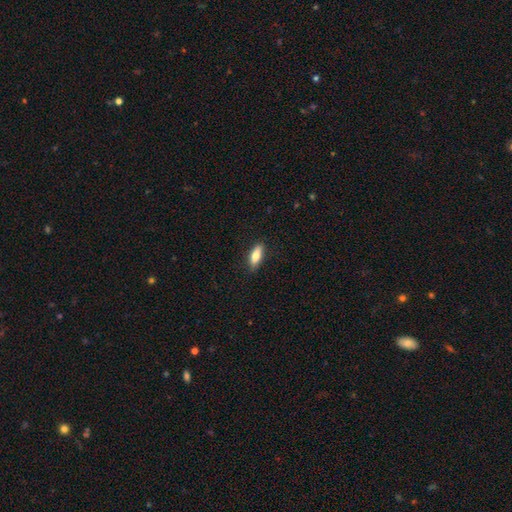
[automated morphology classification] Smooth or featured?
  - smooth: 74% *
  - featured or disk: 20%
  - star or artifact: 6%
How rounded?
  - in between: 63% *
  - cigar-shaped: 35%
  - round: 2%
Merging?
  - none: 87% *
  - minor disturbance: 10%
  - major disturbance: 2%
  - merger: 1%